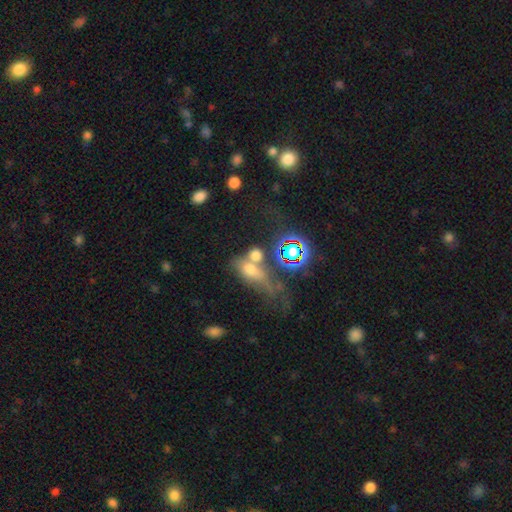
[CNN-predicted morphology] Smooth or featured?
  - smooth: 57% *
  - star or artifact: 25%
  - featured or disk: 18%
How rounded?
  - in between: 58% *
  - round: 33%
  - cigar-shaped: 10%
Merging?
  - merger: 46% *
  - none: 29%
  - major disturbance: 13%
  - minor disturbance: 12%